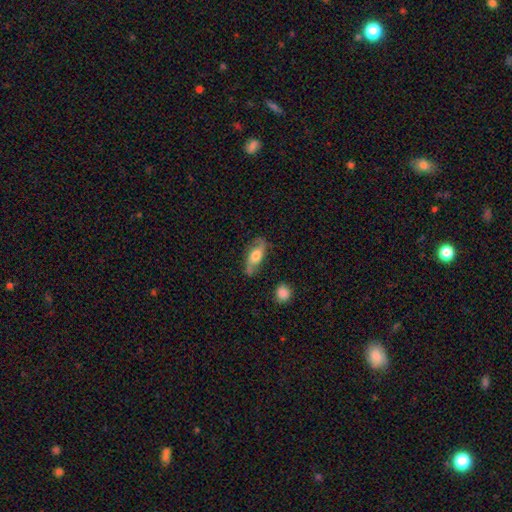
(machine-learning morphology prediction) featured or disk 57%, smooth 36%, star or artifact 7%. Down the decision tree: edge-on disk — no (82%); merging — none (72%).